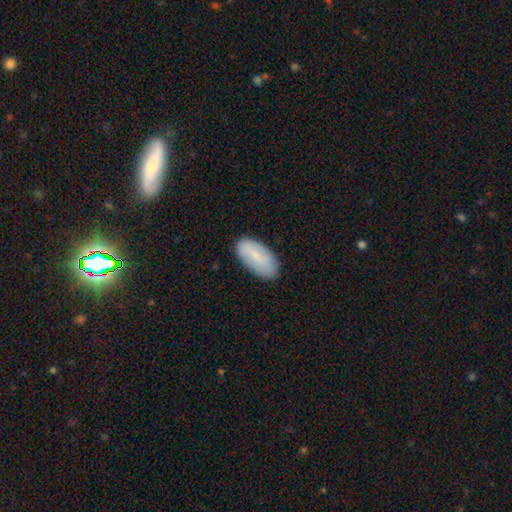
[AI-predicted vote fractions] This appears to be a smooth galaxy with no disk features (73%) that is in between round and cigar-shaped (93%). Merging: none (83%).